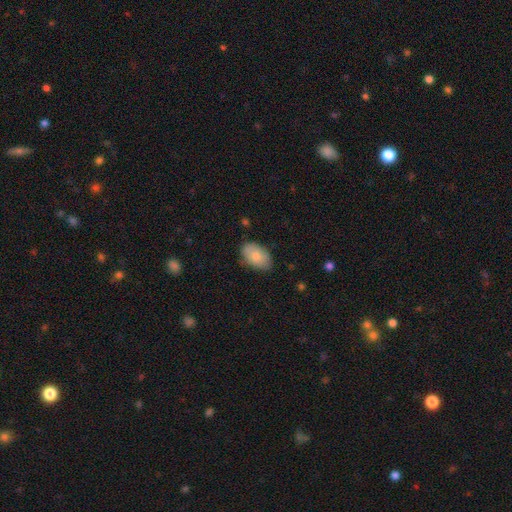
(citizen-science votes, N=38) A smooth galaxy with no disk features (89%) that is in between round and cigar-shaped (85%). Merging: none (89%).